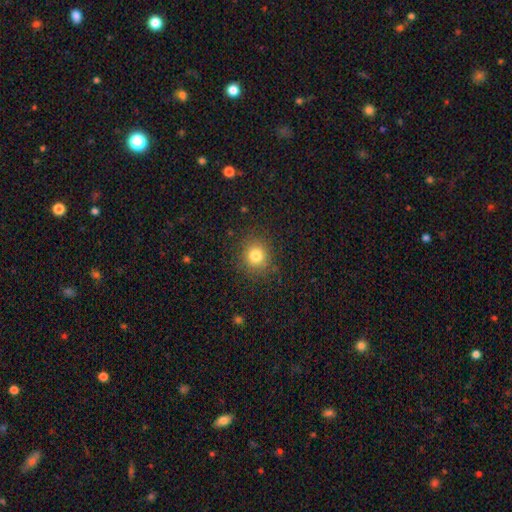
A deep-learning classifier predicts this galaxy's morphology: This appears to be a smooth galaxy with no disk features (80%) that is round (87%). Merging: none (87%).